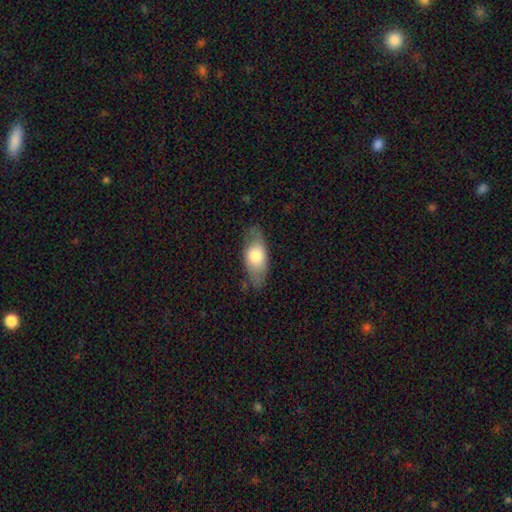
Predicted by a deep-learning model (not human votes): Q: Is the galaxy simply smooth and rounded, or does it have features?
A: smooth — 68%.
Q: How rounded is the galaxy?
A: in between — 84%.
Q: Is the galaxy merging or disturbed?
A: none — 69%.